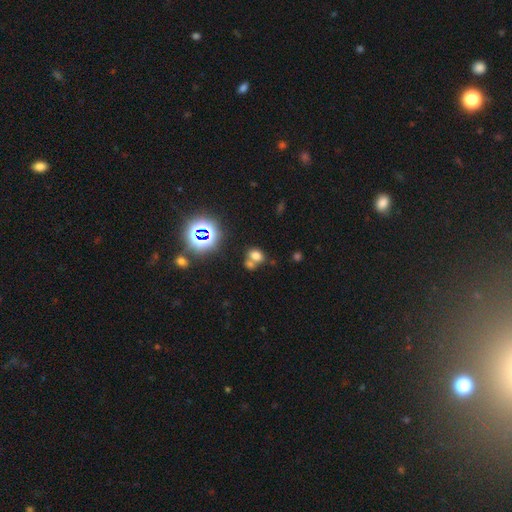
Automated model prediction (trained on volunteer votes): smooth_or_featured: smooth (p=0.65) [alt: star or artifact p=0.24]
how_rounded: in between (p=0.58) [alt: round p=0.41]
merging: none (p=0.43) [tied with: merger p=0.43]